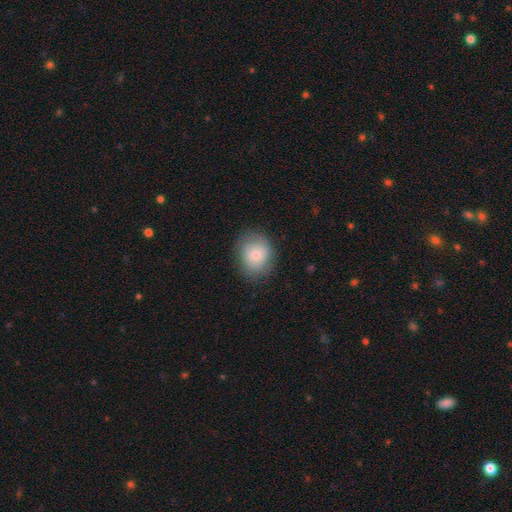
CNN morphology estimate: This is likely a smooth galaxy (76%). How rounded: possibly round (56%). Merging: likely none (79%).